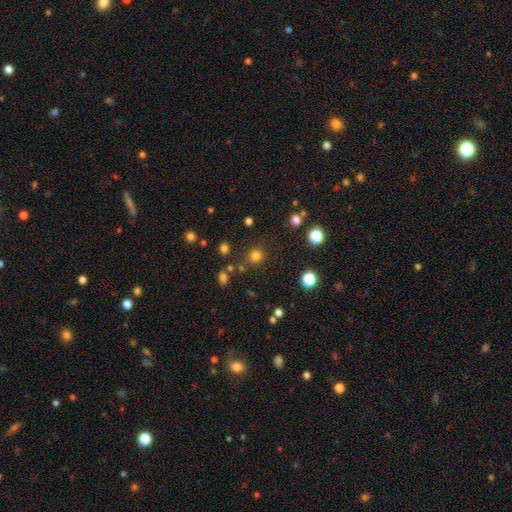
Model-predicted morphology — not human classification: smooth-or-featured: smooth: 76% | star or artifact: 19% | featured or disk: 5%
  how-rounded: round: 90% | in between: 10% | cigar-shaped: 1%
  merging: none: 82% | minor disturbance: 9% | merger: 6% | major disturbance: 4%